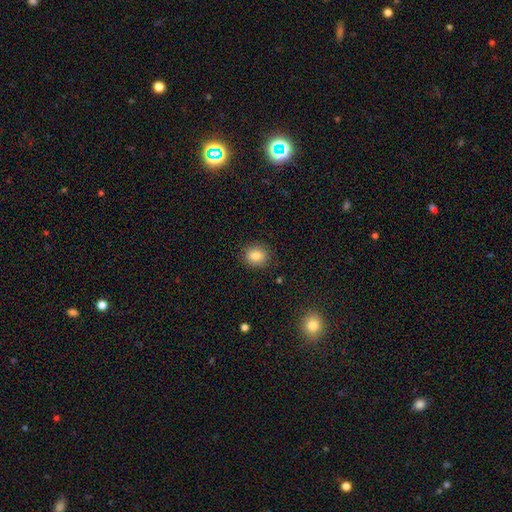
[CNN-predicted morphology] Smooth or featured?
  - smooth: 83% *
  - star or artifact: 10%
  - featured or disk: 7%
How rounded?
  - round: 71% *
  - in between: 28%
  - cigar-shaped: 1%
Merging?
  - none: 88% *
  - minor disturbance: 8%
  - major disturbance: 2%
  - merger: 1%